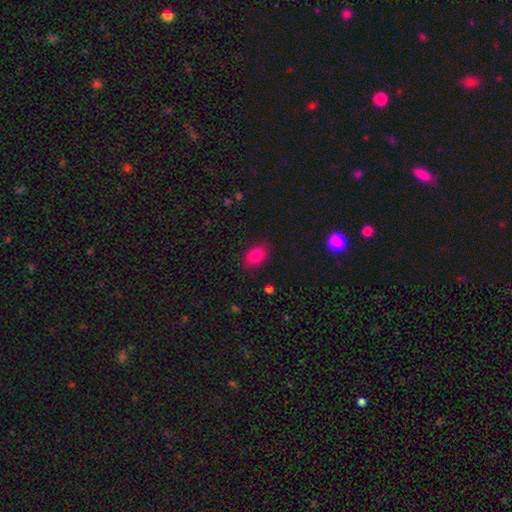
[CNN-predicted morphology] smooth-or-featured: smooth: 82% | star or artifact: 10% | featured or disk: 8%
  how-rounded: in between: 81% | round: 17% | cigar-shaped: 2%
  merging: none: 83% | minor disturbance: 13% | major disturbance: 3% | merger: 1%